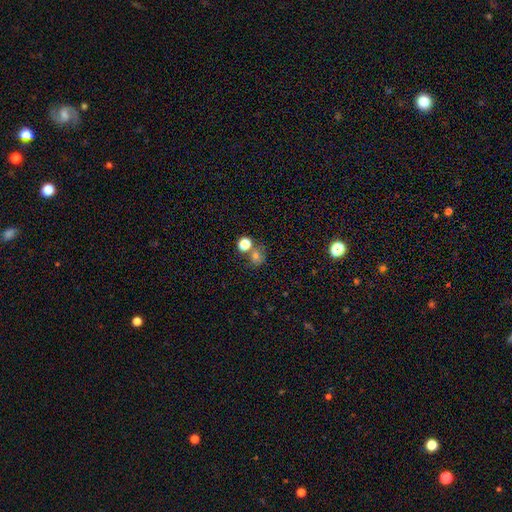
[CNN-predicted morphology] The model was most divided on "merging": none: 54%, merger: 29%, minor disturbance: 11%, major disturbance: 6%. More confident: how rounded — round (76%); smooth or featured — smooth (68%).